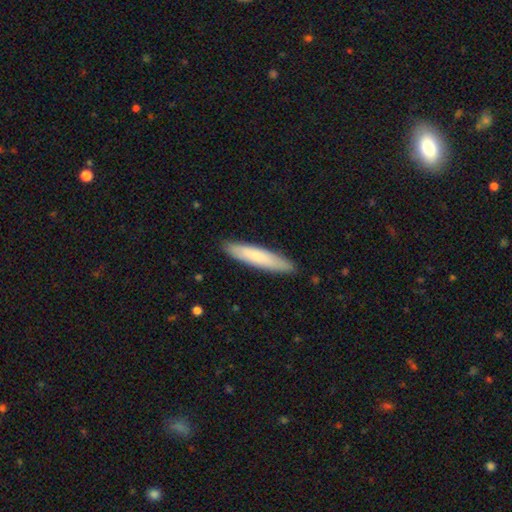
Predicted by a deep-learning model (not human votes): smooth_or_featured: smooth (p=0.75) [alt: featured or disk p=0.20]
how_rounded: cigar-shaped (p=0.88) [alt: in between p=0.11]
merging: none (p=0.89) [alt: minor disturbance p=0.08]